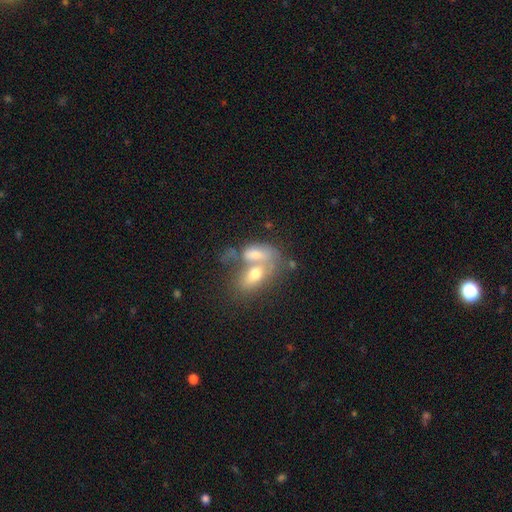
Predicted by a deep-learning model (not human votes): This is marginally a featured or disk galaxy (43%). Merging: likely merger (68%).